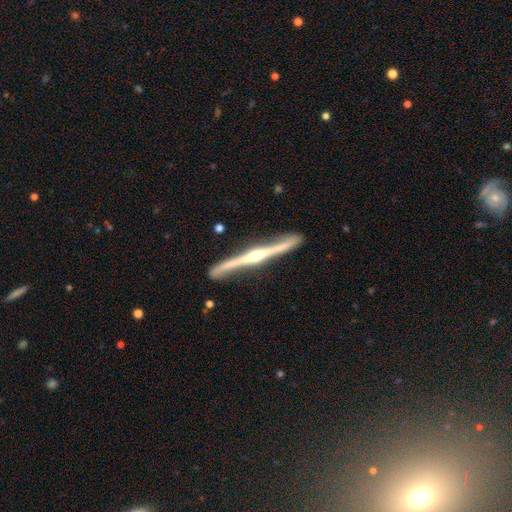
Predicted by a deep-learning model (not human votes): Q: Smooth or featured?
A: featured or disk (87%); runner-up: smooth (9%)
Q: Edge-on disk?
A: yes (96%); runner-up: no (4%)
Q: Edge-on bulge?
A: rounded (90%); runner-up: none (6%)
Q: Merging?
A: none (86%); runner-up: minor disturbance (11%)